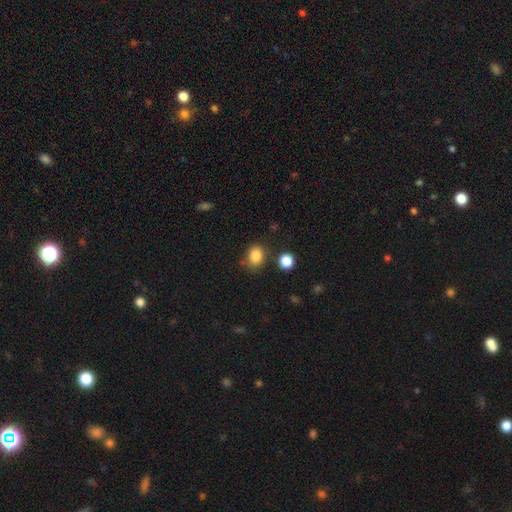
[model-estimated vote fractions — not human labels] Smooth or featured?
  - smooth: 85% *
  - star or artifact: 11%
  - featured or disk: 5%
How rounded?
  - in between: 54% *
  - round: 45%
  - cigar-shaped: 1%
Merging?
  - none: 74% *
  - minor disturbance: 15%
  - merger: 7%
  - major disturbance: 5%